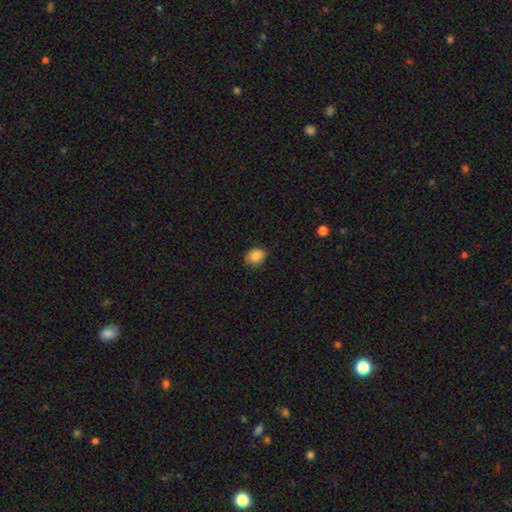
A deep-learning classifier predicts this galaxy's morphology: type=smooth (85%); roundness=in between (51%); merging=none (75%).